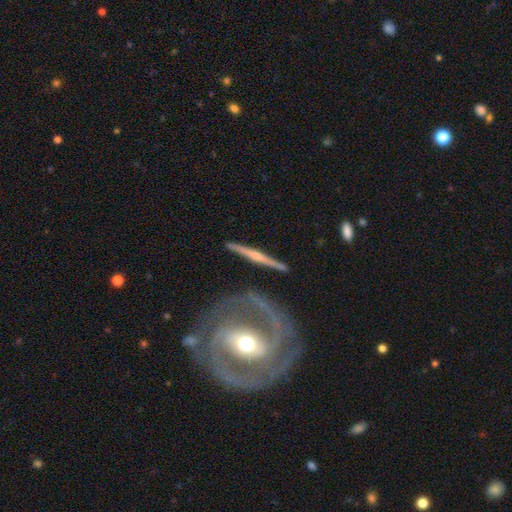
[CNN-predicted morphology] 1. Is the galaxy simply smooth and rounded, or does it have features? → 76% featured or disk, 19% smooth, 6% star or artifact.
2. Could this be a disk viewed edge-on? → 89% yes, 11% no.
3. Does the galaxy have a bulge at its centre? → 70% rounded, 22% none, 7% boxy.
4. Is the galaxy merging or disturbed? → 81% none, 11% minor disturbance, 4% merger, 4% major disturbance.